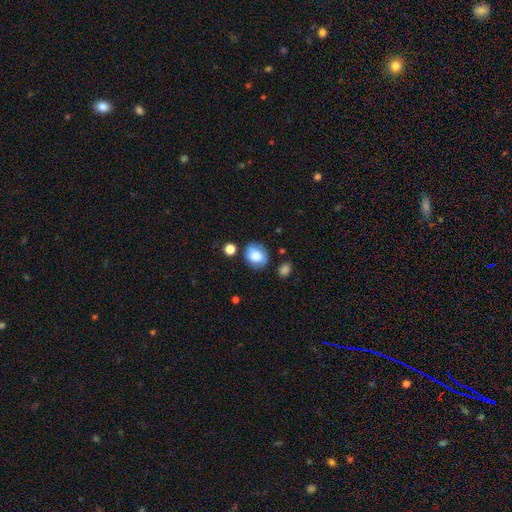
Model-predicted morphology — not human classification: smooth 76%, featured or disk 15%, star or artifact 9%. Down the decision tree: how rounded — round (50%); merging — none (68%).